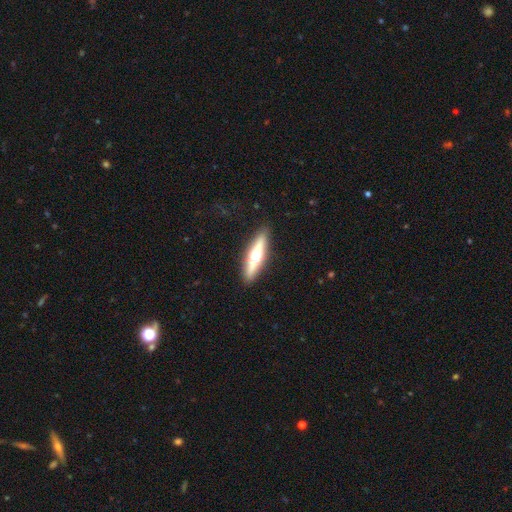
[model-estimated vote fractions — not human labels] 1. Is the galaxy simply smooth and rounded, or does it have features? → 63% featured or disk, 31% smooth, 5% star or artifact.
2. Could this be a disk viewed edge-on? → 95% yes, 5% no.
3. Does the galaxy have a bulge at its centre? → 95% rounded, 3% none, 3% boxy.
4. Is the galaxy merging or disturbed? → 90% none, 7% minor disturbance, 2% major disturbance, 1% merger.